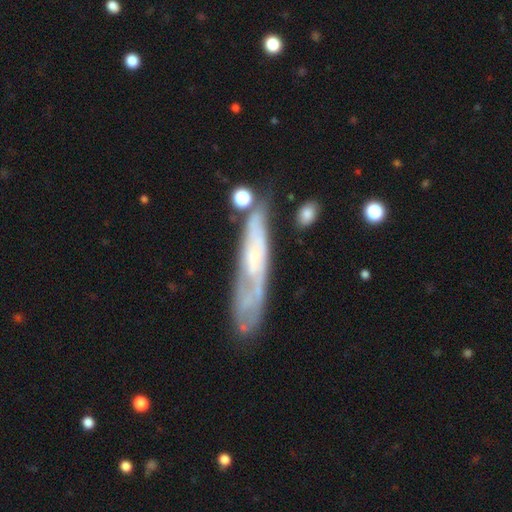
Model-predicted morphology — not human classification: The model was most divided on "edge-on disk": no: 54%, yes: 46%. More confident: smooth or featured — featured or disk (69%); merging — none (56%).